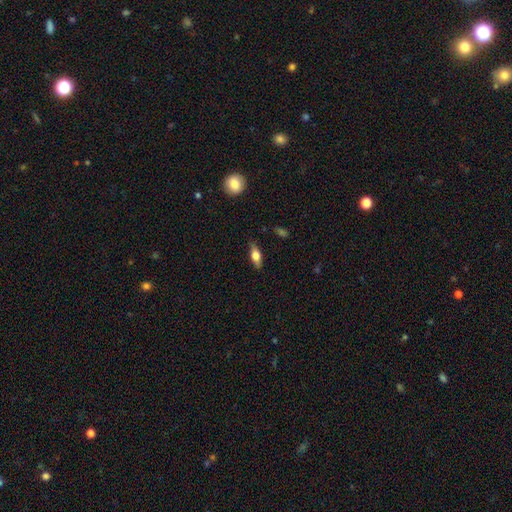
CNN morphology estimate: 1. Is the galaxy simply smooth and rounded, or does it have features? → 58% smooth, 35% featured or disk, 7% star or artifact.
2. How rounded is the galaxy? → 67% in between, 29% cigar-shaped, 4% round.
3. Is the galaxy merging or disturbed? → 81% none, 14% minor disturbance, 3% major disturbance, 1% merger.